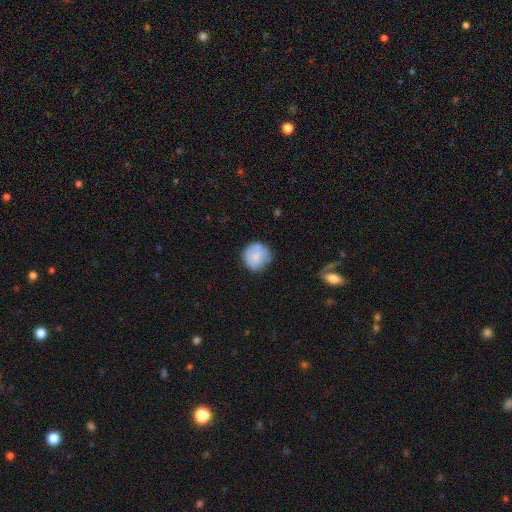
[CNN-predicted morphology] Smooth or featured: smooth — 77% (featured or disk — 15%)
How rounded: round — 91% (in between — 8%)
Merging: none — 74% (minor disturbance — 19%)